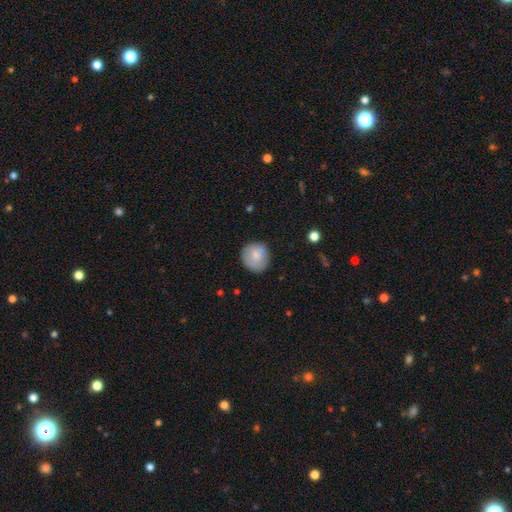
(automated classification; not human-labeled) Overall: smooth (78%). How rounded: round (90%). Merging: none (81%).